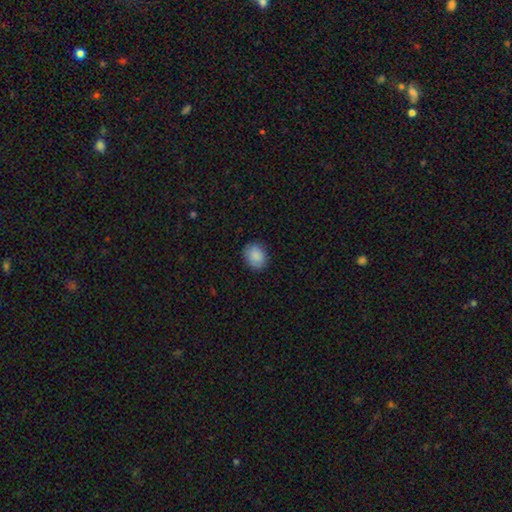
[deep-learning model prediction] Smooth or featured? smooth (88%)
How rounded? round (55%)
Merging? none (85%)